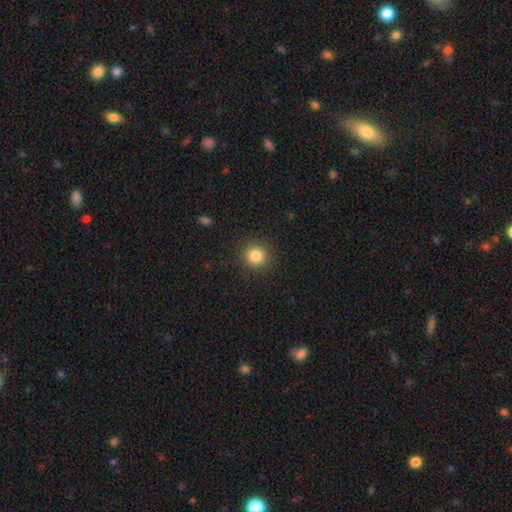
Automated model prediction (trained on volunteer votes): Smooth or featured?
  - smooth: 84% *
  - star or artifact: 11%
  - featured or disk: 5%
How rounded?
  - round: 93% *
  - in between: 6%
  - cigar-shaped: 1%
Merging?
  - none: 91% *
  - minor disturbance: 6%
  - major disturbance: 2%
  - merger: 1%